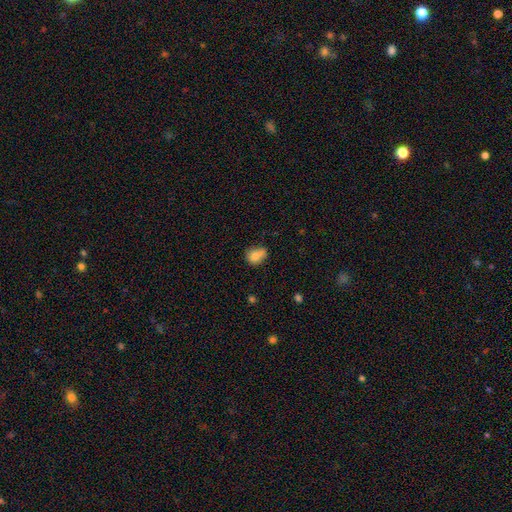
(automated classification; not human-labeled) Smooth or featured? Predicted: smooth (p=0.79). How rounded? Predicted: in between (p=0.64). Merging? Predicted: none (p=0.46).